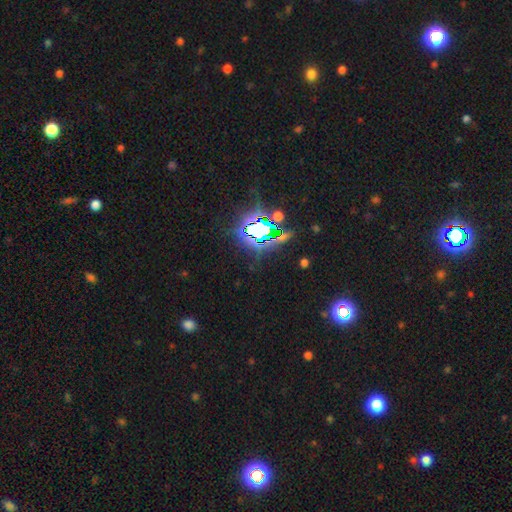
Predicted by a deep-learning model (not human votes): Smooth or featured?
  - star or artifact: 81% *
  - smooth: 11%
  - featured or disk: 8%